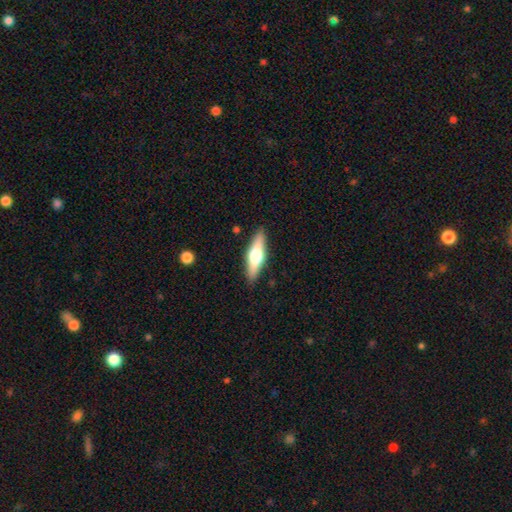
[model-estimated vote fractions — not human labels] Overall: featured or disk (52%; smooth 42%). Edge-on disk: yes (93%). Merging: none (89%).